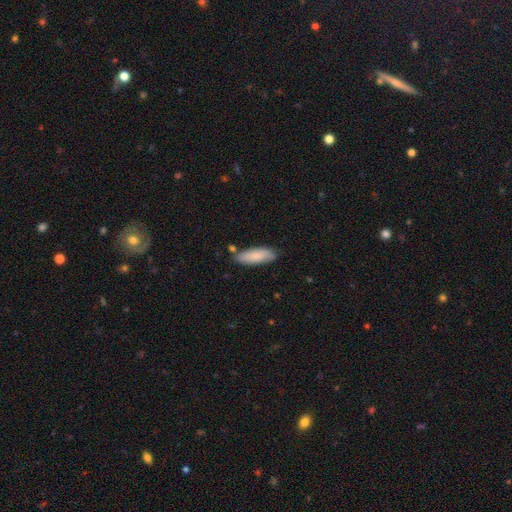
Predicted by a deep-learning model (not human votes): Overall: smooth (83%). How rounded: in between (59%; cigar-shaped 39%). Merging: none (77%).